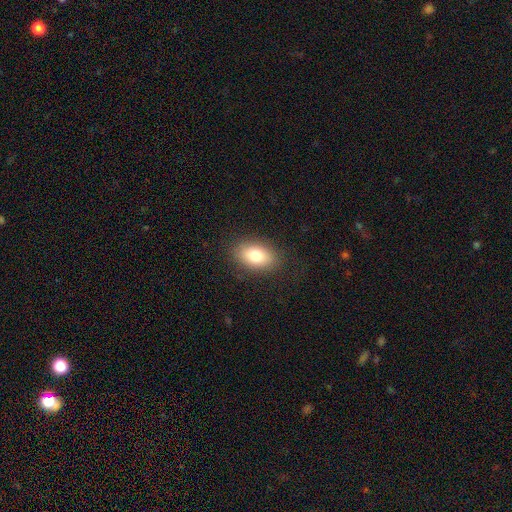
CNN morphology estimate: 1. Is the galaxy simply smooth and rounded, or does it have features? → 78% smooth, 13% featured or disk, 9% star or artifact.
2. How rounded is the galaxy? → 87% in between, 11% round, 2% cigar-shaped.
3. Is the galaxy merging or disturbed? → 86% none, 10% minor disturbance, 3% major disturbance, 1% merger.